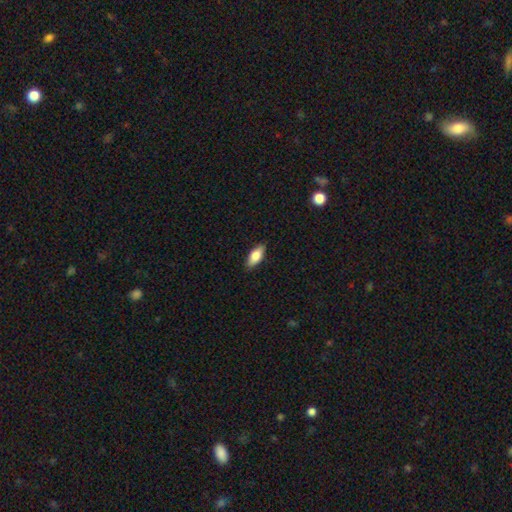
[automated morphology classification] smooth-or-featured: smooth: 76% | featured or disk: 17% | star or artifact: 6%
  how-rounded: in between: 81% | cigar-shaped: 16% | round: 3%
  merging: none: 88% | minor disturbance: 9% | major disturbance: 2% | merger: 1%